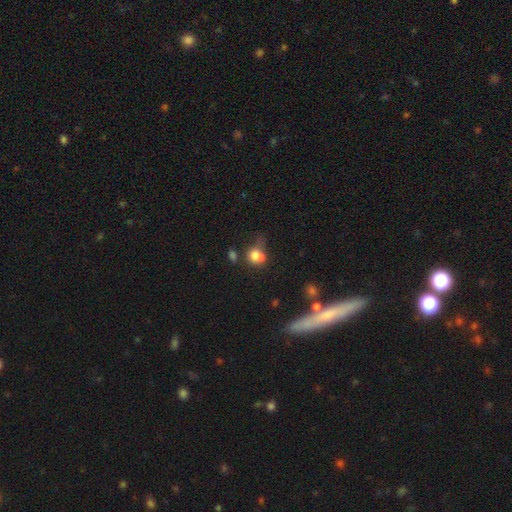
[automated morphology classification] smooth 75%, featured or disk 13%, star or artifact 12%. Down the decision tree: how rounded — round (66%); merging — merger (35%).